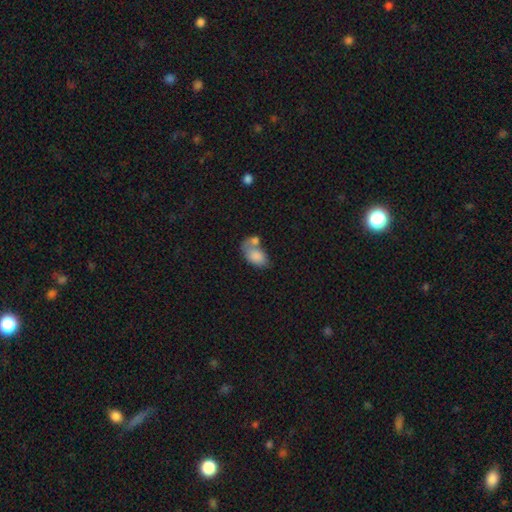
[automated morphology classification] Overall: smooth (80%). How rounded: in between (90%). Merging: merger (46%; none 27%).